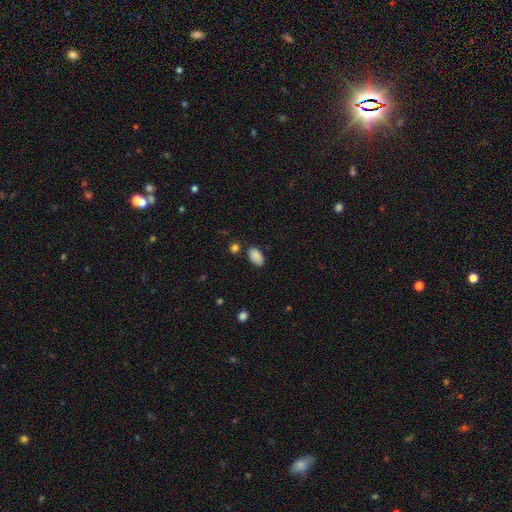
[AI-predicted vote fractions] The model was most divided on "merging": none: 79%, minor disturbance: 13%, merger: 5%, major disturbance: 3%. More confident: how rounded — in between (94%); smooth or featured — smooth (88%).